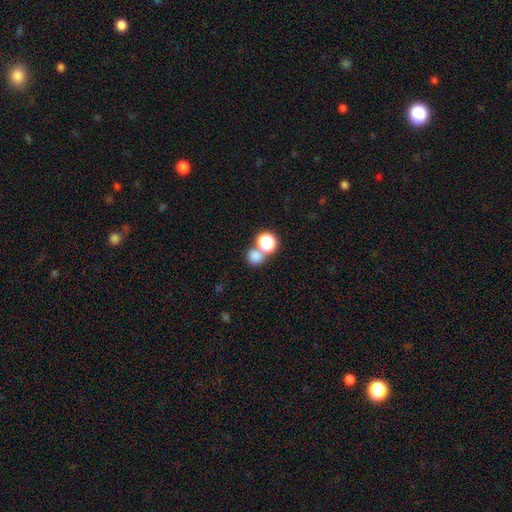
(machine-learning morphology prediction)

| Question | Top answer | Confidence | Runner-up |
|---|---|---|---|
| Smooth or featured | smooth | 76% | star or artifact (17%) |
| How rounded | round | 83% | in between (16%) |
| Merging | none | 53% | merger (37%) |